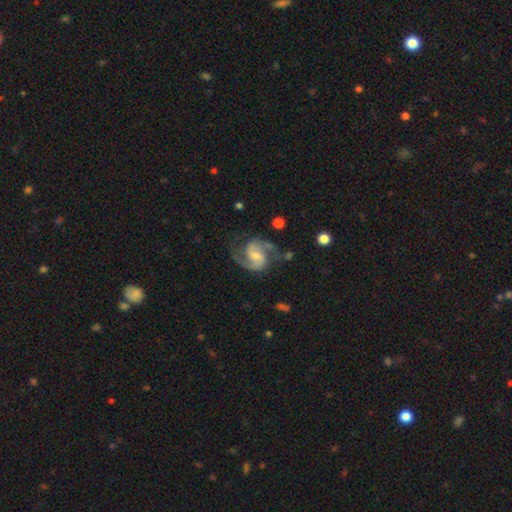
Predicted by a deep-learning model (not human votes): Smooth or featured? Predicted: featured or disk (p=0.91). Edge-on disk? Predicted: no (p=0.98). Bar? Predicted: weak (p=0.49). Spiral arms? Predicted: yes (p=0.98). Spiral winding? Predicted: medium (p=0.61). Spiral arm count? Predicted: 2 (p=0.92). Bulge size? Predicted: moderate (p=0.50). Merging? Predicted: none (p=0.72).